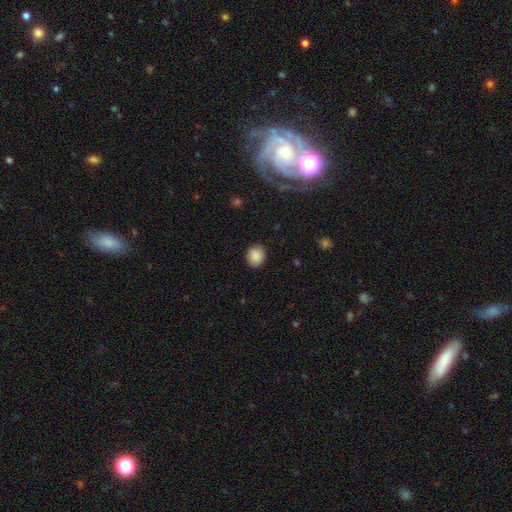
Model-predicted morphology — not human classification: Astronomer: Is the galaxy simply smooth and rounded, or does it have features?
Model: smooth — 88%.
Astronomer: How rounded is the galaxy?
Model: round — 71%.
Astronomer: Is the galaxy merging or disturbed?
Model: none — 90%.